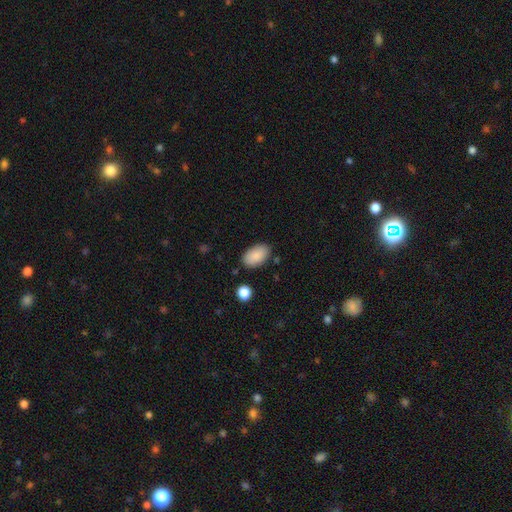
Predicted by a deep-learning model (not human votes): Smooth or featured? smooth (88%)
How rounded? in between (94%)
Merging? none (82%)